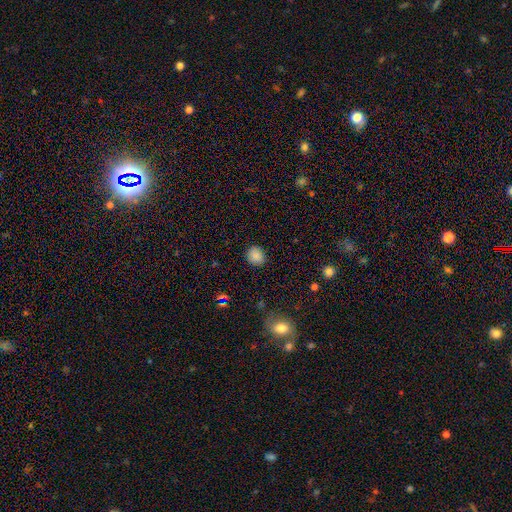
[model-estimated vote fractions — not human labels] Smooth or featured? Predicted: smooth (p=0.85). How rounded? Predicted: round (p=0.76). Merging? Predicted: none (p=0.87).